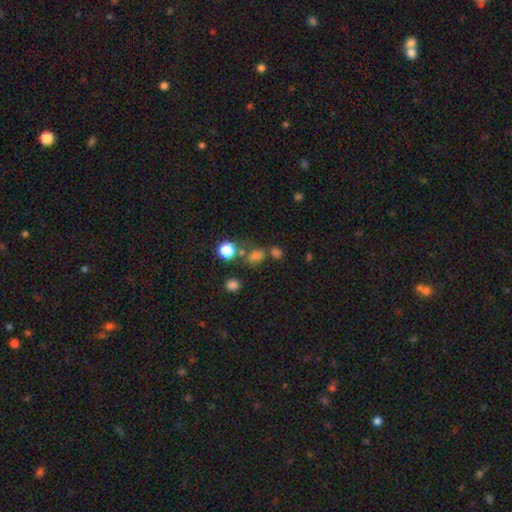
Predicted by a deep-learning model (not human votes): The model was most divided on "how rounded": in between: 51%, round: 47%, cigar-shaped: 2%. More confident: smooth or featured — smooth (63%); merging — none (57%).